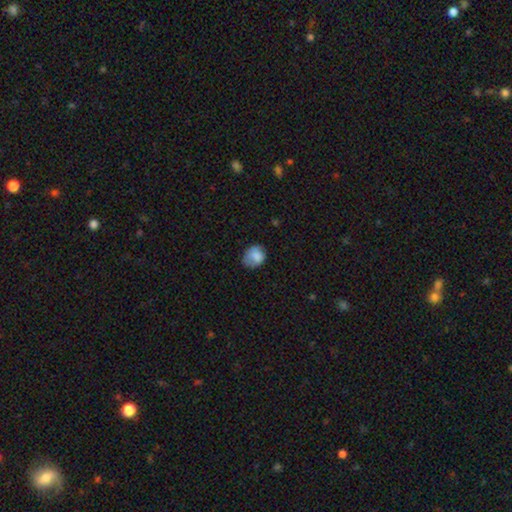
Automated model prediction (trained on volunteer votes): Smooth or featured: smooth — 81% (featured or disk — 11%)
How rounded: in between — 50% (round — 49%)
Merging: none — 56% (minor disturbance — 31%)